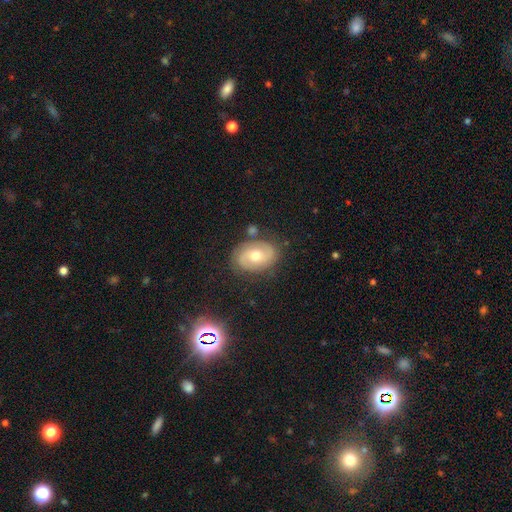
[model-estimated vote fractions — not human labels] Smooth or featured? Predicted: featured or disk (p=0.68). Edge-on disk? Predicted: no (p=0.96). Bar? Predicted: no (p=0.57). Spiral arms? Predicted: yes (p=0.86). Spiral winding? Predicted: medium (p=0.43). Spiral arm count? Predicted: 2 (p=0.83). Bulge size? Predicted: moderate (p=0.72). Merging? Predicted: none (p=0.78).